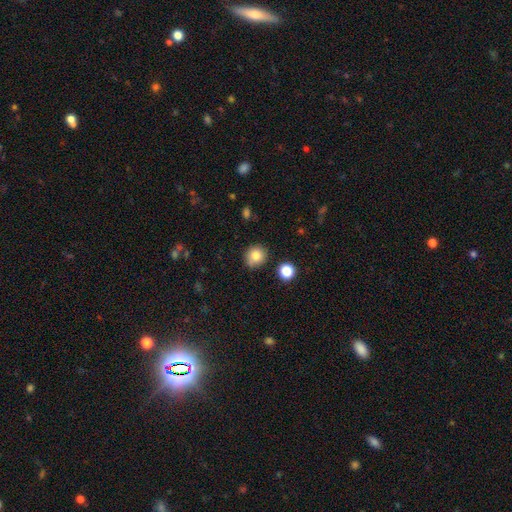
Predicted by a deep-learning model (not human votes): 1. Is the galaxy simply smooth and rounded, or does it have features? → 82% smooth, 10% star or artifact, 7% featured or disk.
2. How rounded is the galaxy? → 86% round, 13% in between, 1% cigar-shaped.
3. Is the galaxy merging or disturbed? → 83% none, 11% minor disturbance, 3% merger, 2% major disturbance.